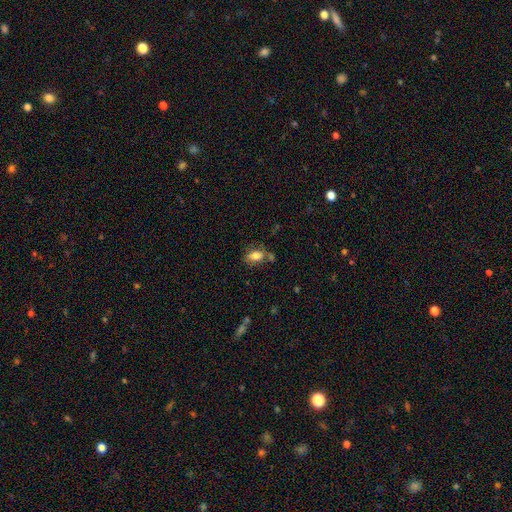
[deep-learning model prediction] This appears to be a smooth galaxy with no disk features (76%) that is in between round and cigar-shaped (87%). Merging: none (54%).